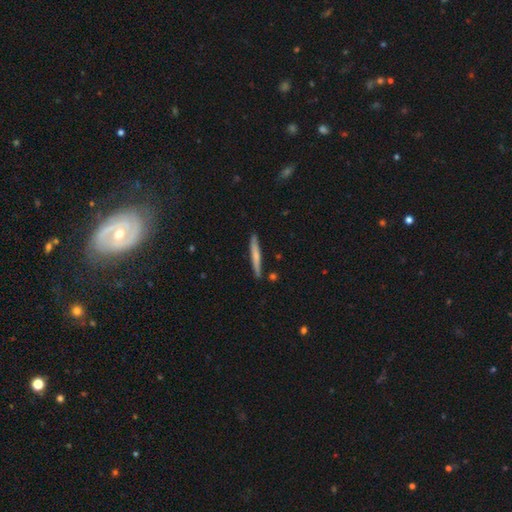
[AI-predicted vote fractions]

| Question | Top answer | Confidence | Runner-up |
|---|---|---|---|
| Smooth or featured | smooth | 59% | featured or disk (35%) |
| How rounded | cigar-shaped | 96% | in between (3%) |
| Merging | none | 87% | minor disturbance (9%) |